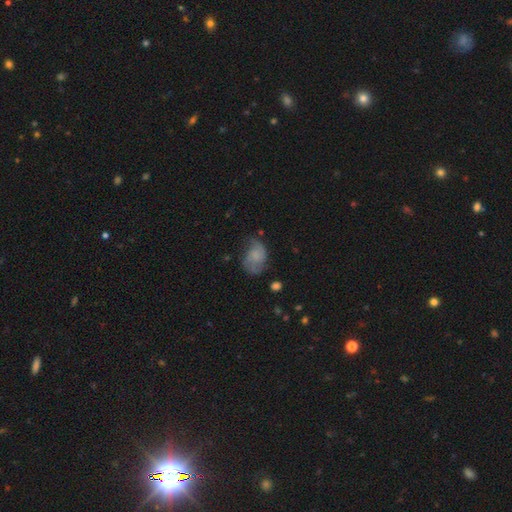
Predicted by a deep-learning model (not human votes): Morphology: type=featured or disk (48%); merging=none (50%).